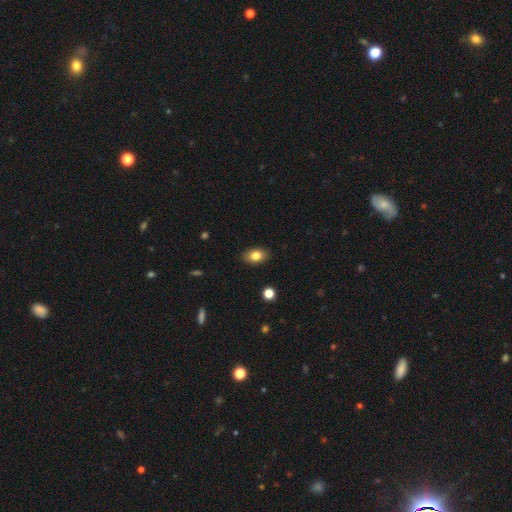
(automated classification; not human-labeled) The model was most divided on "how rounded": in between: 84%, round: 15%, cigar-shaped: 1%. More confident: merging — none (88%); smooth or featured — smooth (82%).